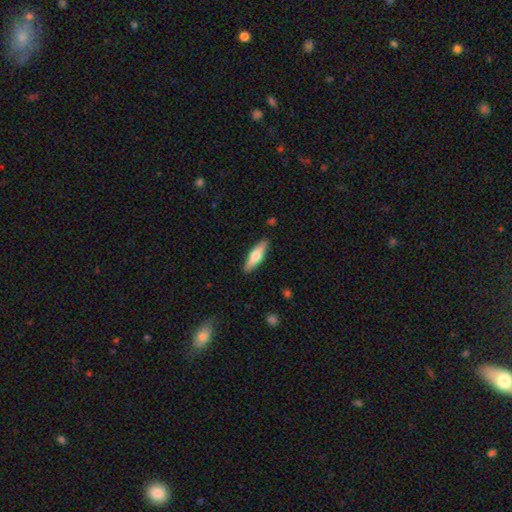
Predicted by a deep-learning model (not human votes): A smooth galaxy with no disk features (58%) that is cigar-shaped (63%). Merging: none (88%).